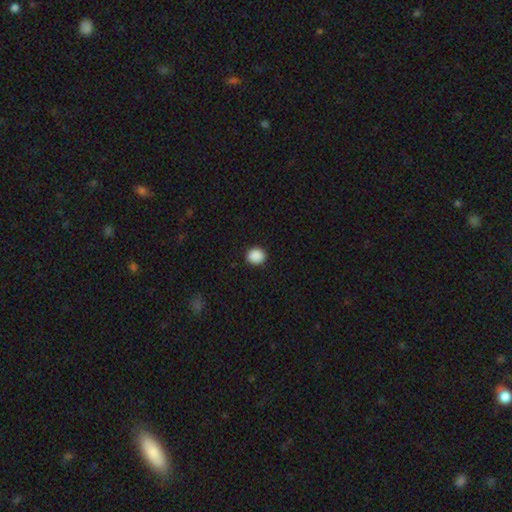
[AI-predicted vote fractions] Smooth or featured? smooth (89%)
How rounded? round (75%)
Merging? none (91%)